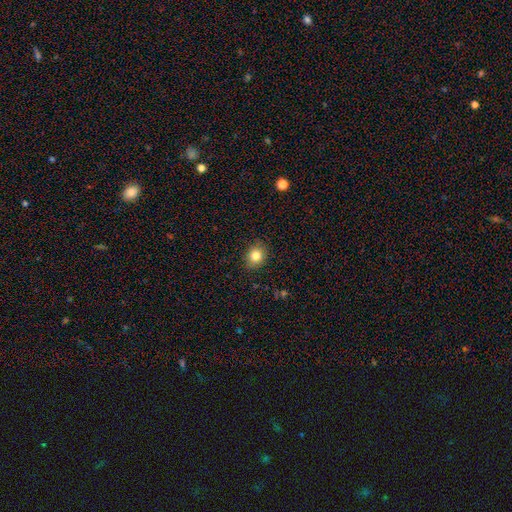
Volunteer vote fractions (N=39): Smooth or featured? 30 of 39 (77%) said smooth. How rounded? 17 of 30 (57%) said round. Merging? 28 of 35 (80%) said none.